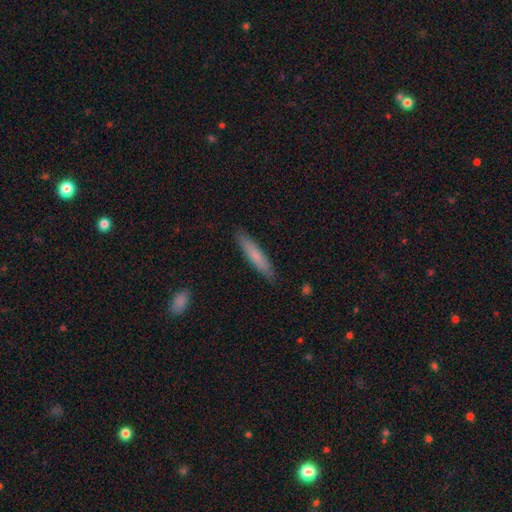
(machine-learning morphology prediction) The model was most divided on "smooth or featured": smooth: 74%, featured or disk: 20%, star or artifact: 6%. More confident: how rounded — cigar-shaped (90%); merging — none (88%).